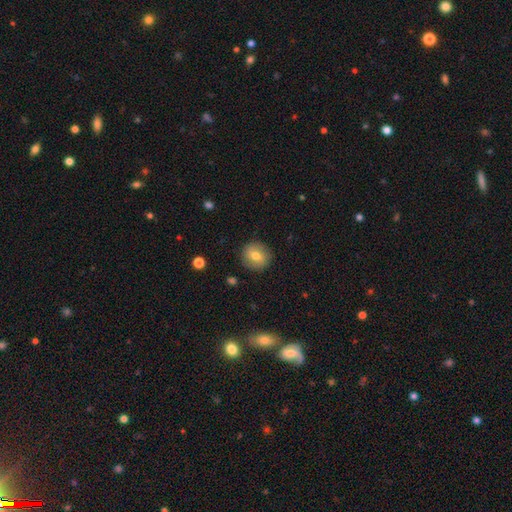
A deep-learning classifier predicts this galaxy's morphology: smooth_or_featured: smooth (p=0.71) [alt: featured or disk p=0.20]
how_rounded: round (p=0.89) [alt: in between p=0.10]
merging: none (p=0.88) [alt: minor disturbance p=0.08]